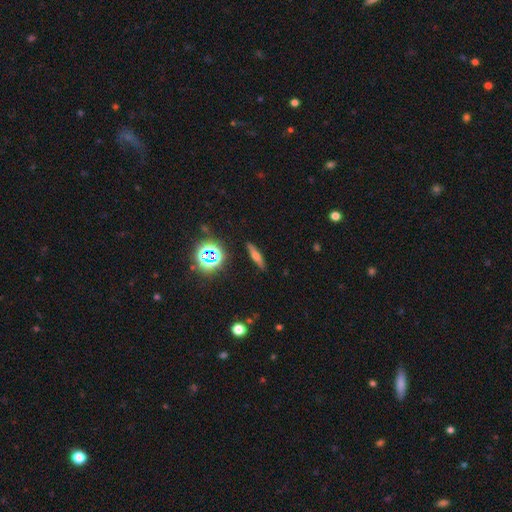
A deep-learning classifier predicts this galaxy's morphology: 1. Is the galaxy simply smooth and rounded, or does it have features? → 48% smooth, 34% featured or disk, 18% star or artifact.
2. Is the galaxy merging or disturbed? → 88% none, 8% minor disturbance, 2% major disturbance, 2% merger.